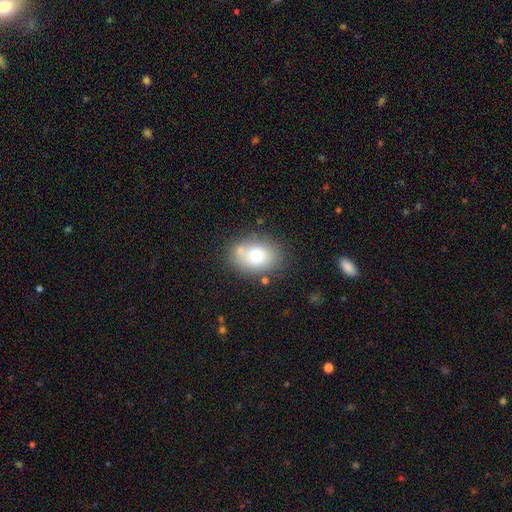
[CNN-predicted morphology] A smooth galaxy with no disk features (72%) that is in between round and cigar-shaped (74%). Merging: none (67%).